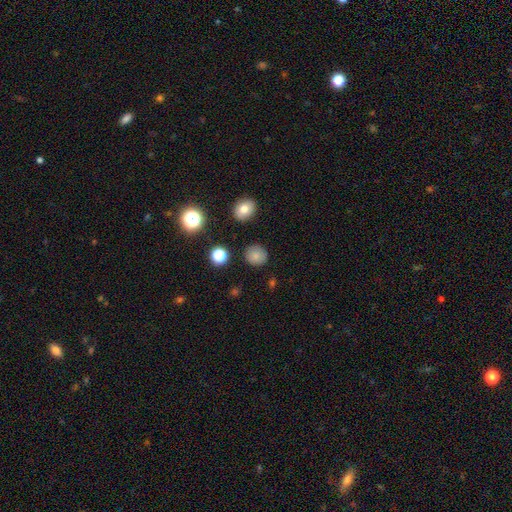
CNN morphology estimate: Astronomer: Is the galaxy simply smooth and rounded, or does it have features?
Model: smooth — 80%.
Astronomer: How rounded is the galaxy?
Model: round — 89%.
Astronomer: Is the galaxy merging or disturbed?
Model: none — 86%.